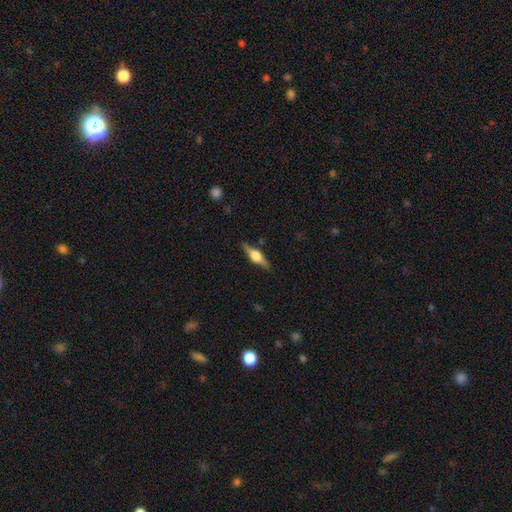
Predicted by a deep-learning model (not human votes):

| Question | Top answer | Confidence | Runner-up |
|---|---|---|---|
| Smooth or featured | featured or disk | 71% | smooth (23%) |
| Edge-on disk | yes | 97% | no (3%) |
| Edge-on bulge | rounded | 91% | boxy (8%) |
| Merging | none | 87% | minor disturbance (9%) |